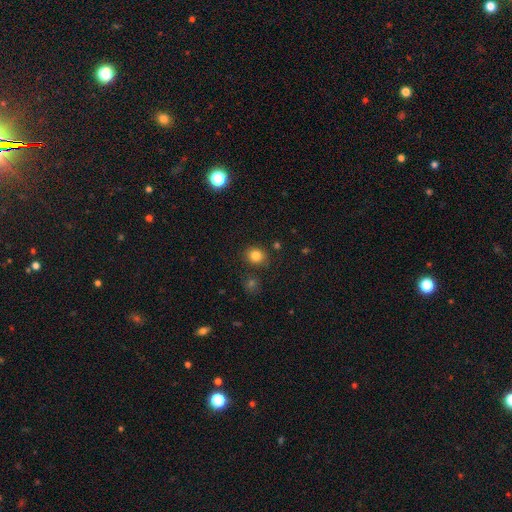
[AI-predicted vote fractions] smooth 82%, star or artifact 12%, featured or disk 6%. Down the decision tree: how rounded — round (74%); merging — none (83%).